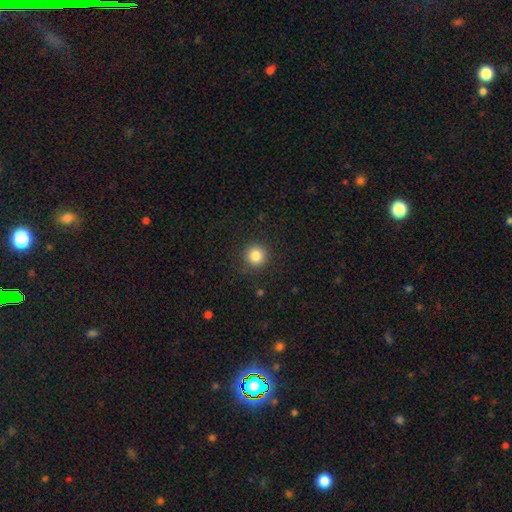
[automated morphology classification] Overall: smooth (84%). How rounded: round (95%). Merging: none (90%).